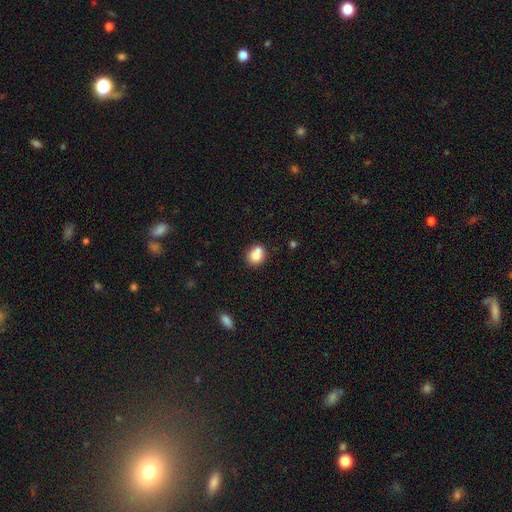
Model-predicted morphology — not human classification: Smooth or featured: smooth — 79% (featured or disk — 11%)
How rounded: round — 63% (in between — 36%)
Merging: none — 53% (merger — 28%)